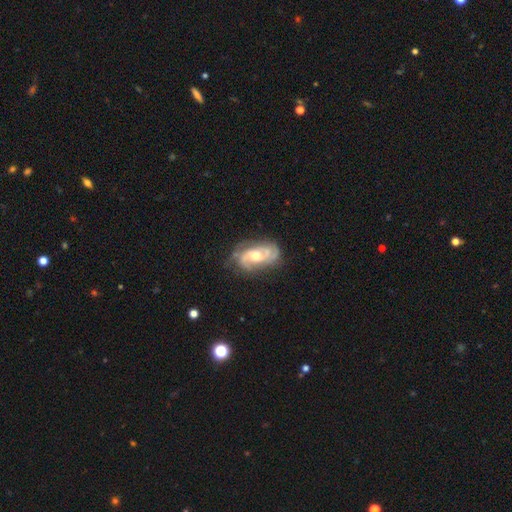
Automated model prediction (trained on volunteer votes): Overall: featured or disk (83%). Edge-on disk: no (96%). Bar: no (57%; weak 34%). Spiral arms: yes (94%). Spiral arm count: 2 (48%; 3 21%). Spiral winding: tight (43%; medium 42%). Bulge size: moderate (68%). Merging: none (67%).